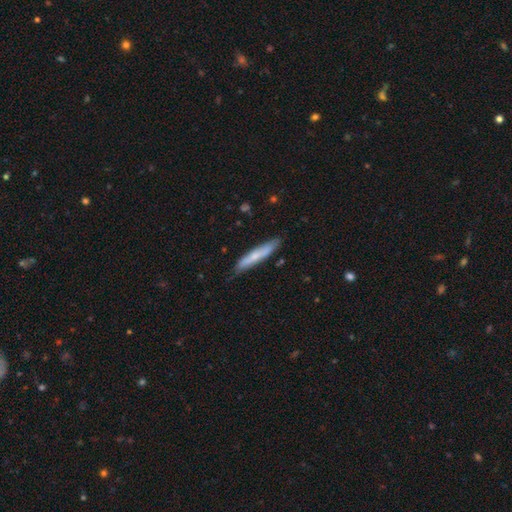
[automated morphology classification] Smooth or featured?
  - smooth: 61% *
  - featured or disk: 33%
  - star or artifact: 6%
How rounded?
  - cigar-shaped: 92% *
  - in between: 7%
  - round: 1%
Merging?
  - none: 81% *
  - minor disturbance: 15%
  - major disturbance: 2%
  - merger: 1%